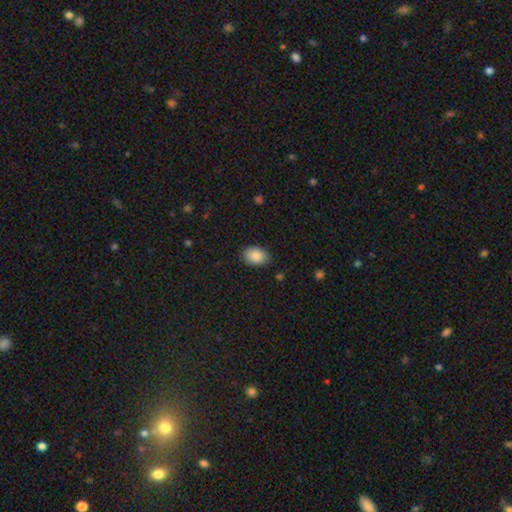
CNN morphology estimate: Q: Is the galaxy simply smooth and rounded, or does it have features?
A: smooth — 87%.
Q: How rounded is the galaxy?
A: in between — 81%.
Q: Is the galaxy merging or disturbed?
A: none — 85%.